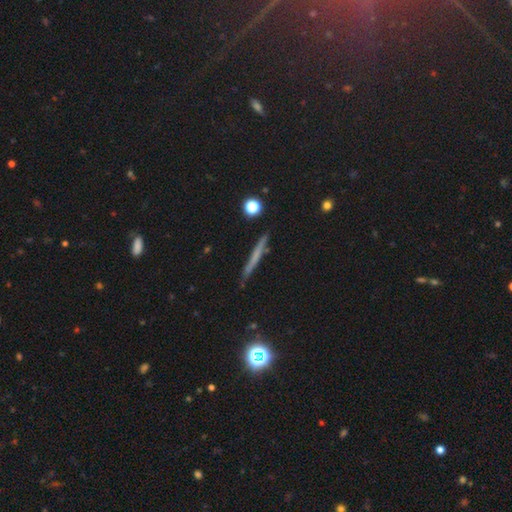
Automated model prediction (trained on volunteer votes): A smooth galaxy with no disk features (47%). Merging: none (86%).